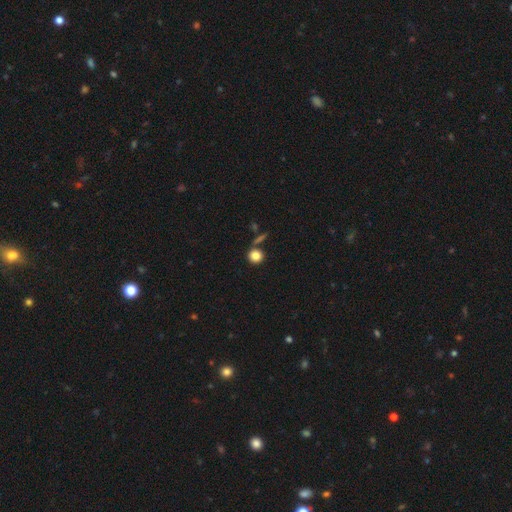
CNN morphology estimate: type=smooth (83%); roundness=round (88%); merging=none (76%).